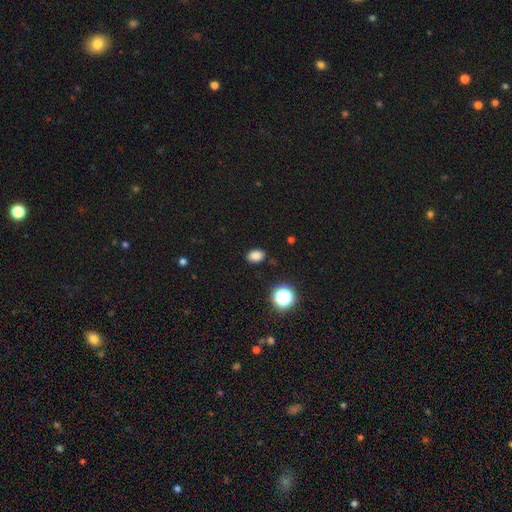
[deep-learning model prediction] smooth 82%, star or artifact 14%, featured or disk 4%. Down the decision tree: how rounded — in between (76%); merging — none (87%).